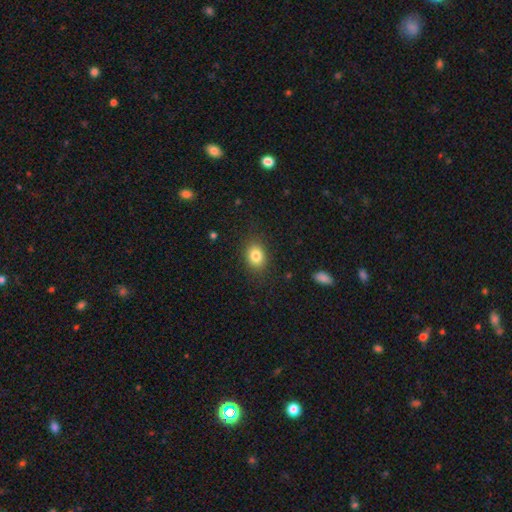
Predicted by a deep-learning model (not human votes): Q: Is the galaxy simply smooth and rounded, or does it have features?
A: smooth — 83%.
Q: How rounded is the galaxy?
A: in between — 63%.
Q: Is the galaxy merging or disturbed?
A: none — 86%.